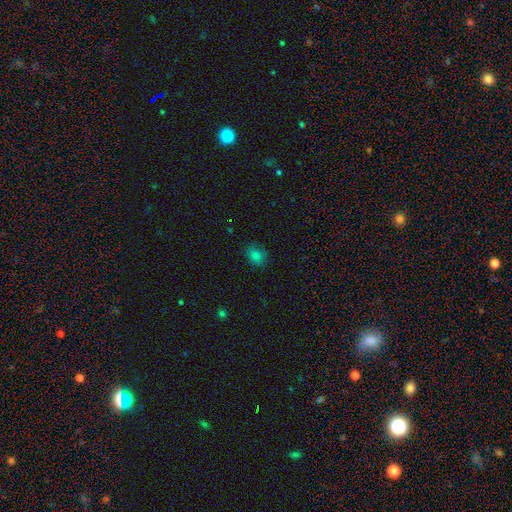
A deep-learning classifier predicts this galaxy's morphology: This appears to be a smooth galaxy with no disk features (79%) that is round (50%). Merging: none (81%).